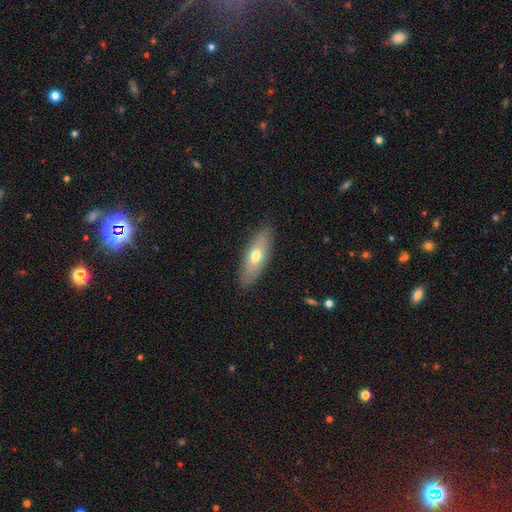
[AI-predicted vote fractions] Overall: smooth (64%; featured or disk 31%). How rounded: in between (71%). Merging: none (87%).